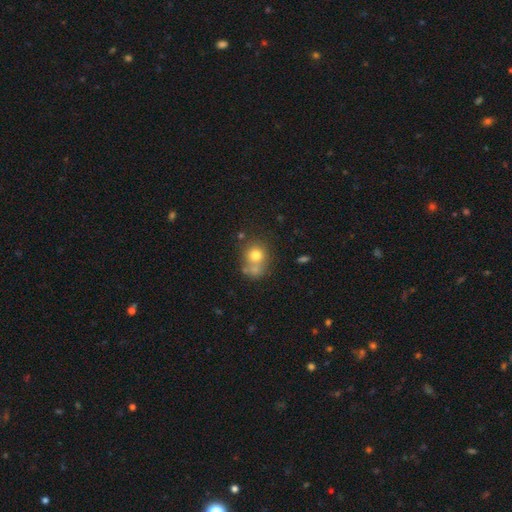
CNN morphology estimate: Smooth or featured? smooth (73%)
How rounded? round (76%)
Merging? none (46%)